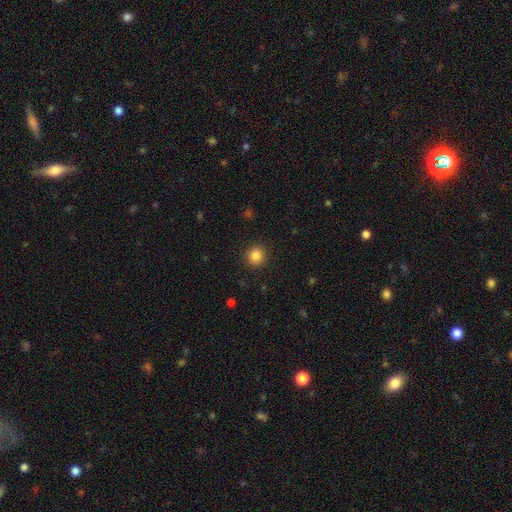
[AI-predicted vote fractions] Smooth or featured: smooth — 84% (star or artifact — 11%)
How rounded: round — 92% (in between — 7%)
Merging: none — 92% (minor disturbance — 5%)